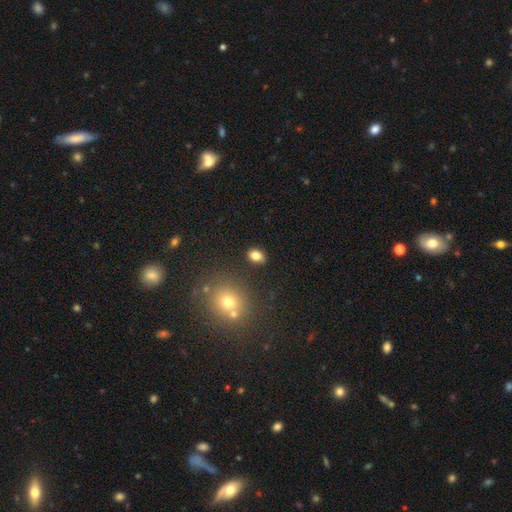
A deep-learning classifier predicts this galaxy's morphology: smooth 82%, star or artifact 11%, featured or disk 7%. Down the decision tree: how rounded — in between (69%); merging — none (85%).